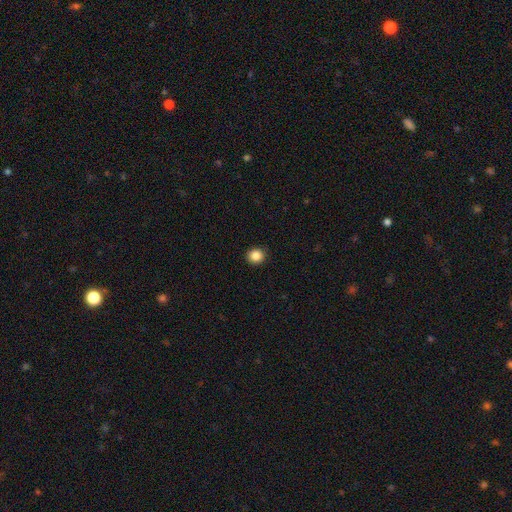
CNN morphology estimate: Smooth or featured: smooth — 86% (star or artifact — 10%)
How rounded: round — 87% (in between — 12%)
Merging: none — 92% (minor disturbance — 5%)